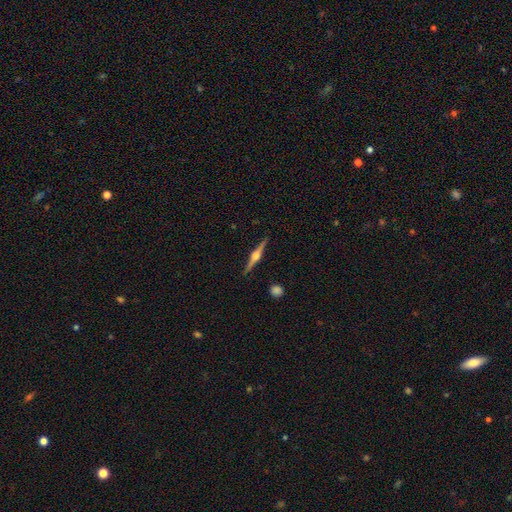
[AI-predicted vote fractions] A featured or disk galaxy (83%) viewed edge-on (98%) with a rounded central bulge (94%). Merging: none (91%).